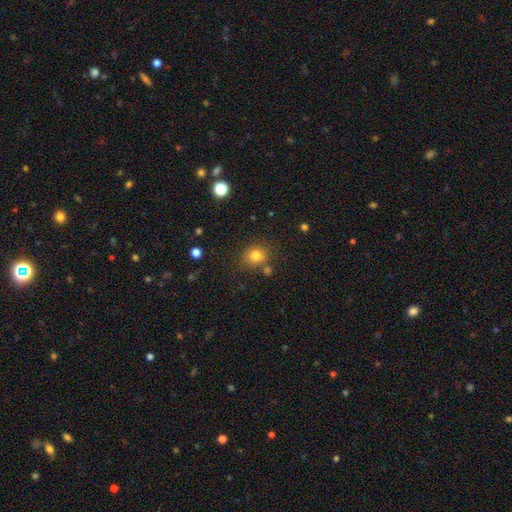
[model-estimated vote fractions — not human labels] Smooth or featured? Predicted: smooth (p=0.79). How rounded? Predicted: round (p=0.73). Merging? Predicted: none (p=0.72).